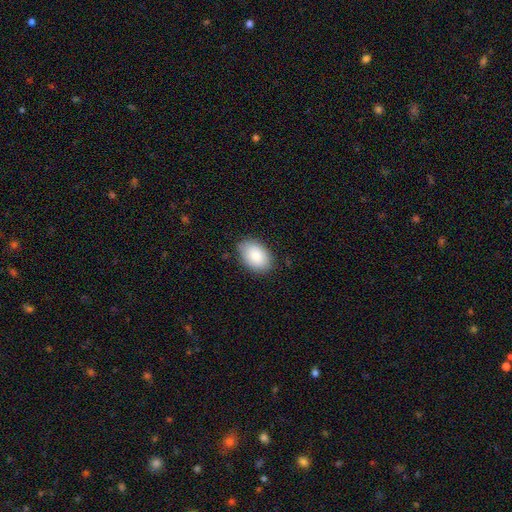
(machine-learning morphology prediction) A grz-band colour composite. It shows a smooth galaxy with no disk features (85%) that is in between round and cigar-shaped (88%). Merging: none (83%).